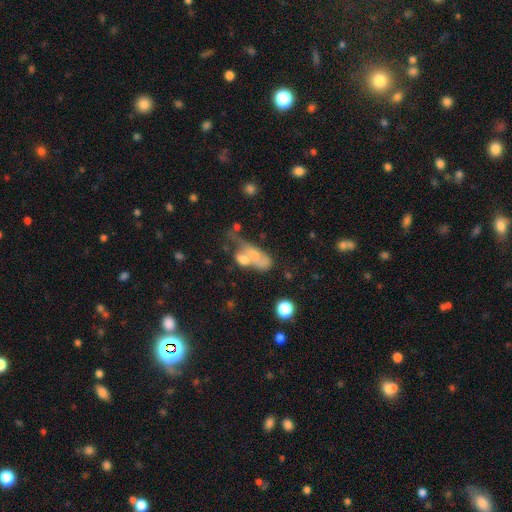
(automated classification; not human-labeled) This appears to be a smooth galaxy with no disk features (57%) that is in between round and cigar-shaped (80%). Merging: merger (56%).